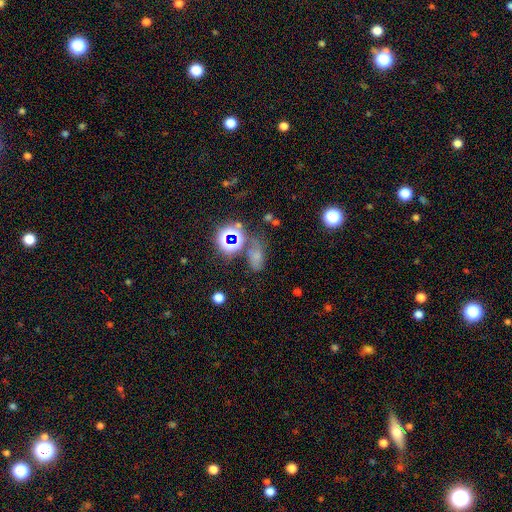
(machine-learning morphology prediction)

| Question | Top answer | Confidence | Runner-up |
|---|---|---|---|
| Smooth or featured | smooth | 49% | star or artifact (37%) |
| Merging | none | 52% | minor disturbance (22%) |